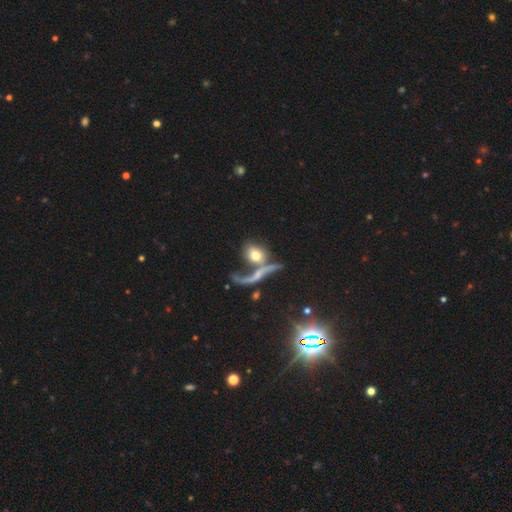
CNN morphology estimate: Overall: smooth (62%; featured or disk 28%). How rounded: round (52%; in between 41%). Merging: merger (38%; none 35%).